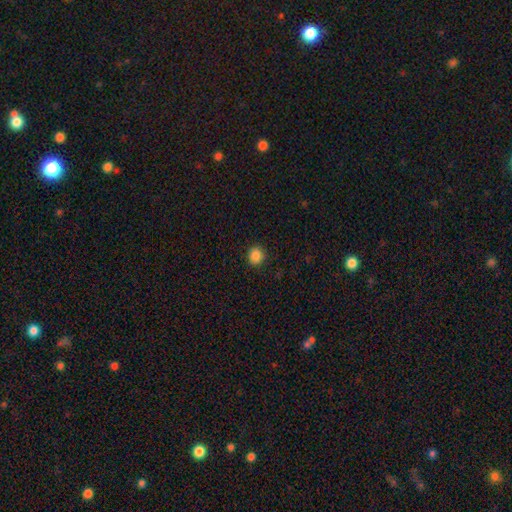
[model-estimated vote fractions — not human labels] Smooth or featured? Predicted: smooth (p=0.86). How rounded? Predicted: round (p=0.83). Merging? Predicted: none (p=0.90).